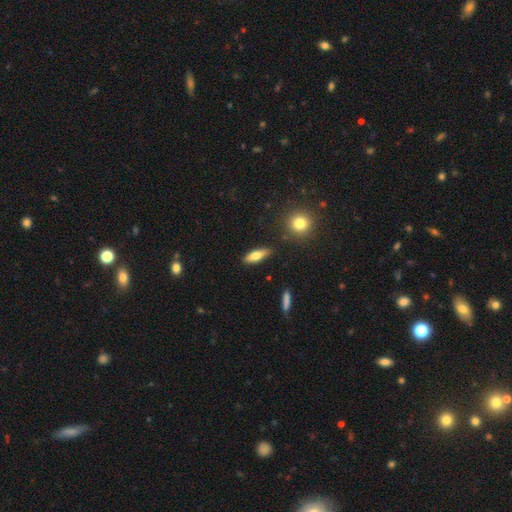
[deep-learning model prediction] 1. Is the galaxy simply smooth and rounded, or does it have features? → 69% smooth, 24% featured or disk, 7% star or artifact.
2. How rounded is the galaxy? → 52% in between, 45% cigar-shaped, 3% round.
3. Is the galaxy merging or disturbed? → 85% none, 10% minor disturbance, 2% merger, 2% major disturbance.